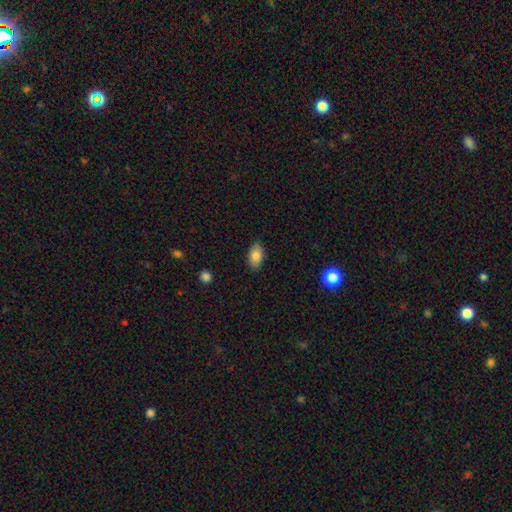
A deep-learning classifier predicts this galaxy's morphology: Smooth or featured? Predicted: smooth (p=0.84). How rounded? Predicted: in between (p=0.93). Merging? Predicted: none (p=0.87).